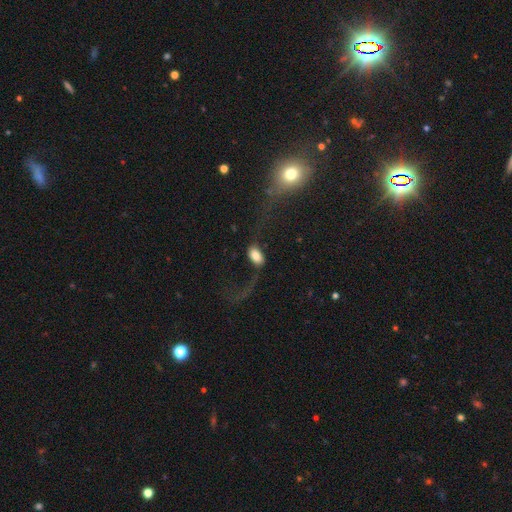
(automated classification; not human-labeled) smooth_or_featured: smooth (p=0.65) [alt: featured or disk p=0.27]
how_rounded: in between (p=0.91) [alt: round p=0.06]
merging: none (p=0.41) [alt: major disturbance p=0.36]